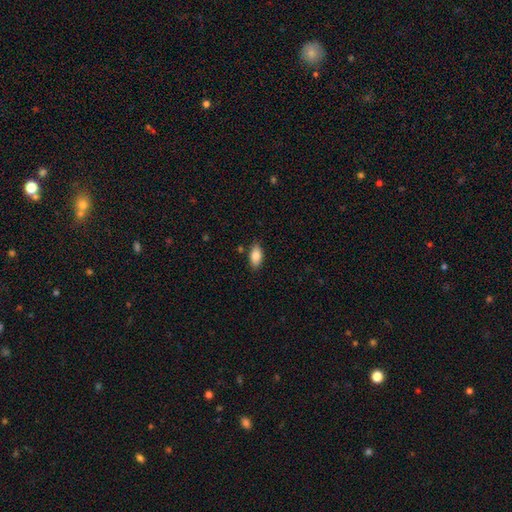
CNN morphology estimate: type=smooth (85%); roundness=in between (91%); merging=none (84%).